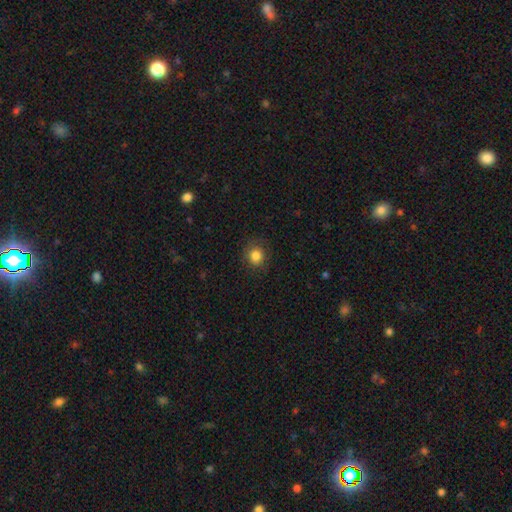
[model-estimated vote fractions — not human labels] Smooth or featured?
  - smooth: 82% *
  - star or artifact: 11%
  - featured or disk: 7%
How rounded?
  - round: 86% *
  - in between: 13%
  - cigar-shaped: 1%
Merging?
  - none: 83% *
  - minor disturbance: 12%
  - major disturbance: 4%
  - merger: 1%